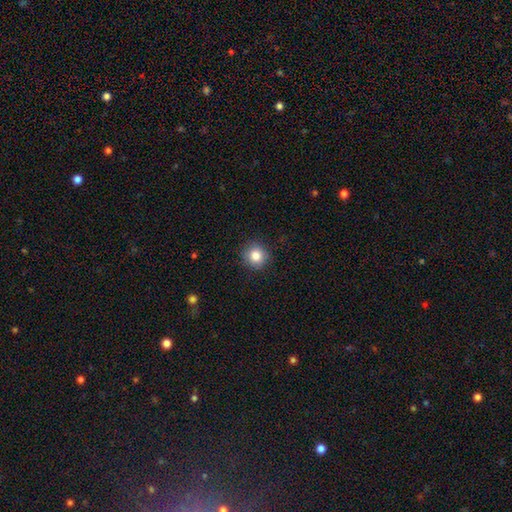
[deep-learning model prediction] smooth_or_featured: smooth (p=0.83) [alt: star or artifact p=0.11]
how_rounded: round (p=0.92) [alt: in between p=0.07]
merging: none (p=0.90) [alt: minor disturbance p=0.07]